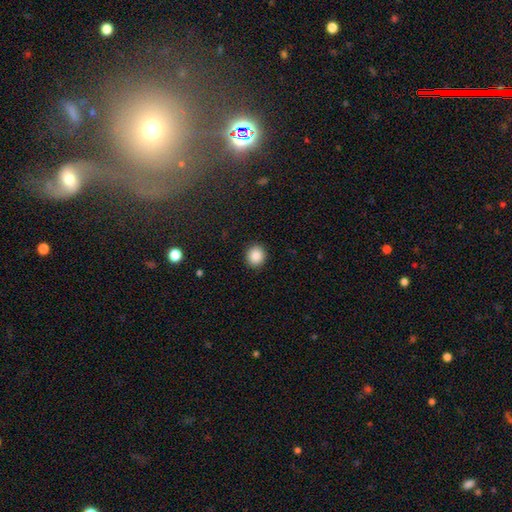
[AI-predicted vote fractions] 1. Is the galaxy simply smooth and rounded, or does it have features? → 88% smooth, 9% star or artifact, 3% featured or disk.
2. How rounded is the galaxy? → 85% round, 14% in between, 1% cigar-shaped.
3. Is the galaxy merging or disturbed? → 91% none, 6% minor disturbance, 2% major disturbance, 1% merger.